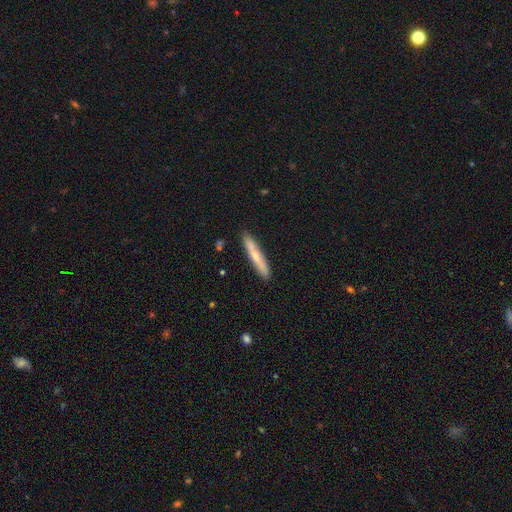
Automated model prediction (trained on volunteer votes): Smooth or featured: smooth — 58% (featured or disk — 37%)
How rounded: cigar-shaped — 93% (in between — 6%)
Merging: none — 86% (minor disturbance — 10%)